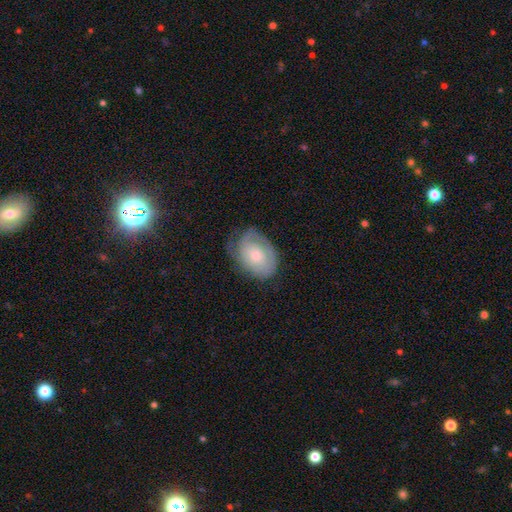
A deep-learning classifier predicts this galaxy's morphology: Overall: featured or disk (49%; smooth 44%). Merging: none (59%; minor disturbance 28%).